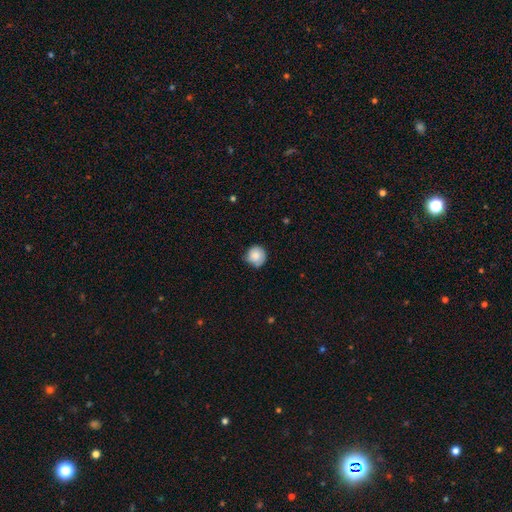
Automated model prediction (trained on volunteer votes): This appears to be a smooth galaxy with no disk features (83%) that is round (90%). Merging: none (65%).